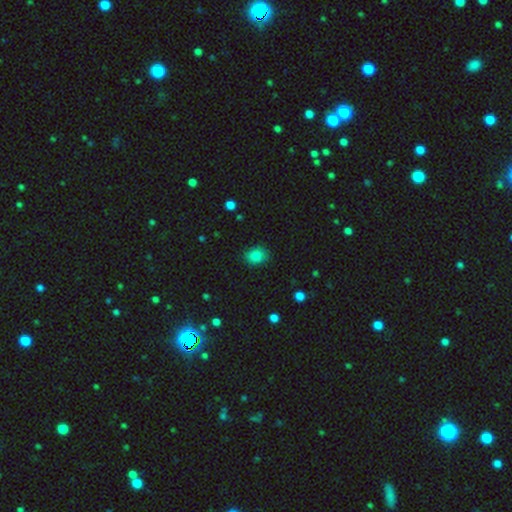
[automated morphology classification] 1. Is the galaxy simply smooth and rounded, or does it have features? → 84% smooth, 11% star or artifact, 6% featured or disk.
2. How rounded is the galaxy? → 54% in between, 45% round, 1% cigar-shaped.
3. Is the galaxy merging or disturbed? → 86% none, 11% minor disturbance, 3% major disturbance, 1% merger.